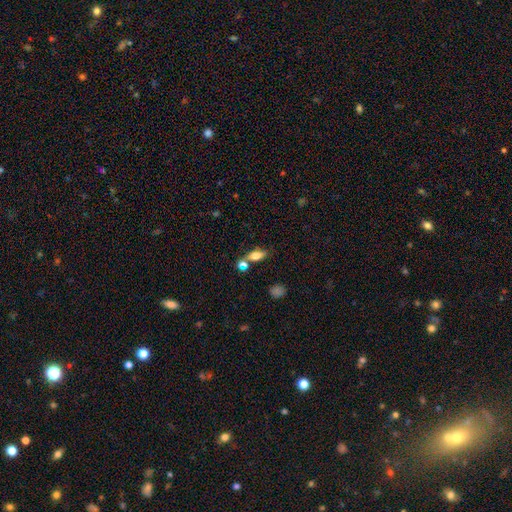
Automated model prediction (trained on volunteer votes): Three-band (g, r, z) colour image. It shows a smooth galaxy with no disk features (71%) that is in between round and cigar-shaped (74%). Merging: none (61%).